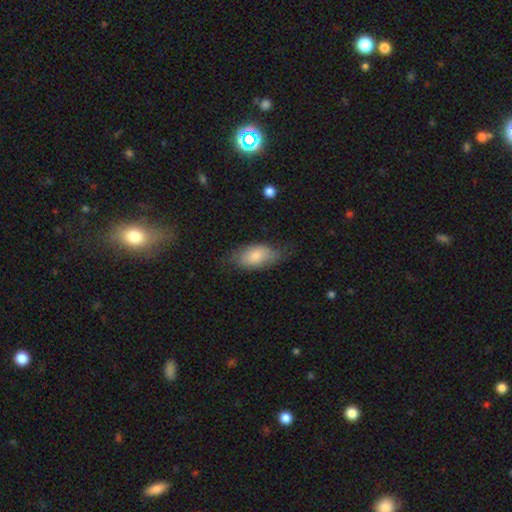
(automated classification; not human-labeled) Smooth or featured: smooth — 73% (featured or disk — 21%)
How rounded: in between — 92% (round — 5%)
Merging: none — 59% (minor disturbance — 28%)